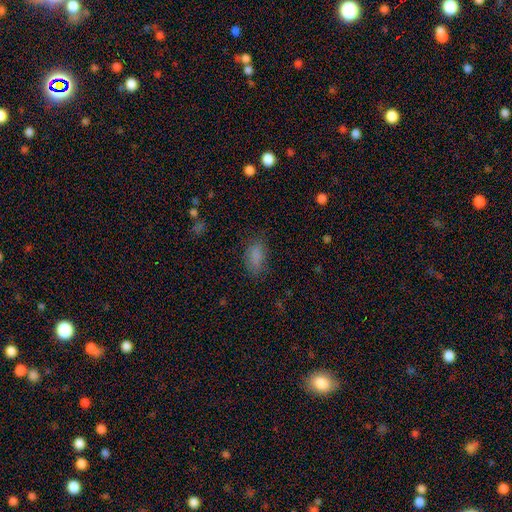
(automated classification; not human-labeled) Smooth or featured? Predicted: smooth (p=0.83). How rounded? Predicted: in between (p=0.85). Merging? Predicted: none (p=0.76).